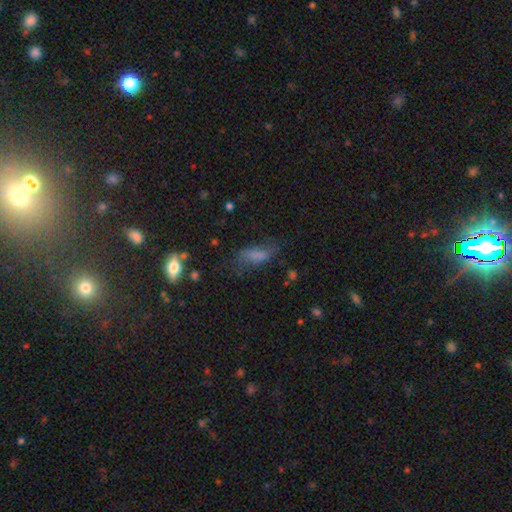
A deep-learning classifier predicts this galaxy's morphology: Smooth or featured?
  - star or artifact: 36% *
  - smooth: 35%
  - featured or disk: 29%